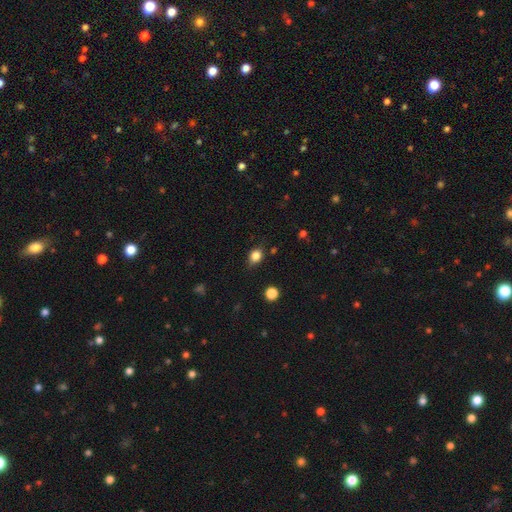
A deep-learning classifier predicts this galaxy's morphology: Smooth or featured? Predicted: smooth (p=0.83). How rounded? Predicted: round (p=0.53). Merging? Predicted: none (p=0.73).